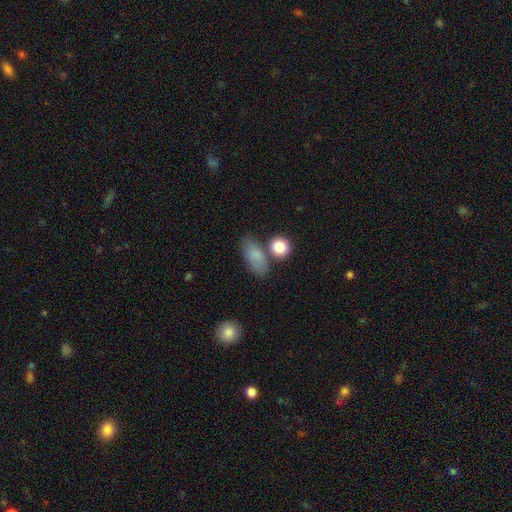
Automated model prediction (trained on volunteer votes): smooth_or_featured: smooth (p=0.82) [alt: featured or disk p=0.10]
how_rounded: in between (p=0.80) [alt: round p=0.10]
merging: none (p=0.60) [alt: minor disturbance p=0.18]